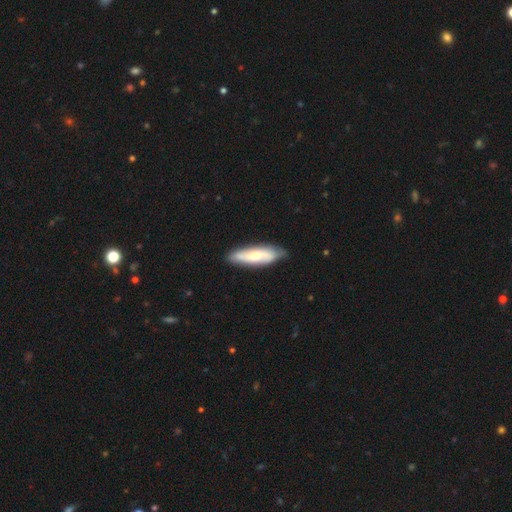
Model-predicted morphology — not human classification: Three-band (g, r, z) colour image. It shows a smooth galaxy with no disk features (54%) that is cigar-shaped (55%). Merging: none (80%).